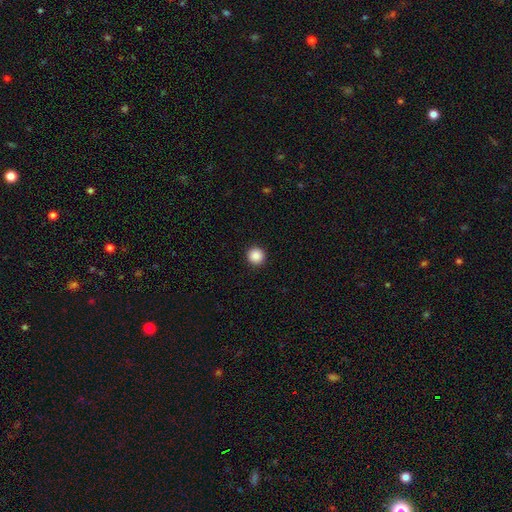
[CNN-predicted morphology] Overall: smooth (88%). How rounded: round (96%). Merging: none (94%).